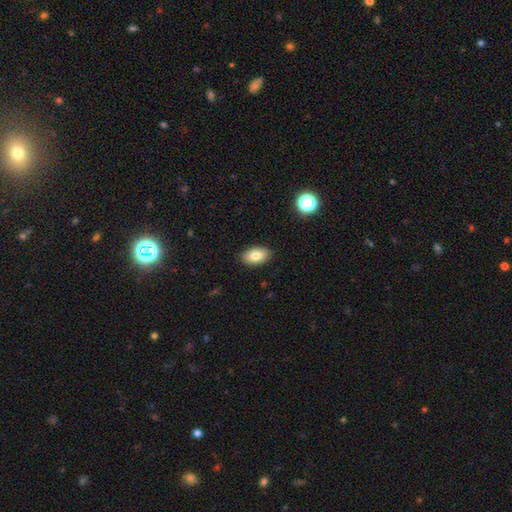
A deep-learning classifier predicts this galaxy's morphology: type=smooth (82%); roundness=in between (93%); merging=none (89%).